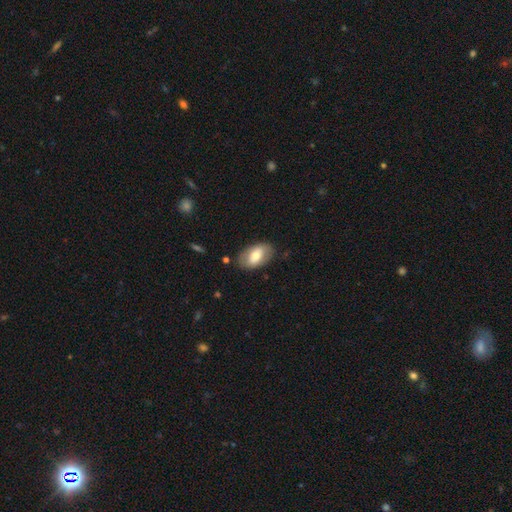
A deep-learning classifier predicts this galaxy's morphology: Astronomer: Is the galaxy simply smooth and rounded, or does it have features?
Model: smooth — 62%.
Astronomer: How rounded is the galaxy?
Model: in between — 92%.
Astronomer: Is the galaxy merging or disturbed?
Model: none — 79%.